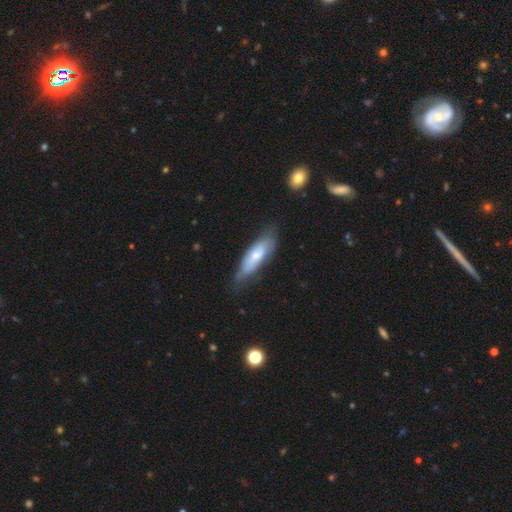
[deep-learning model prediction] This is possibly a smooth galaxy (55%). How rounded: possibly in between (54%). Merging: likely none (60%).